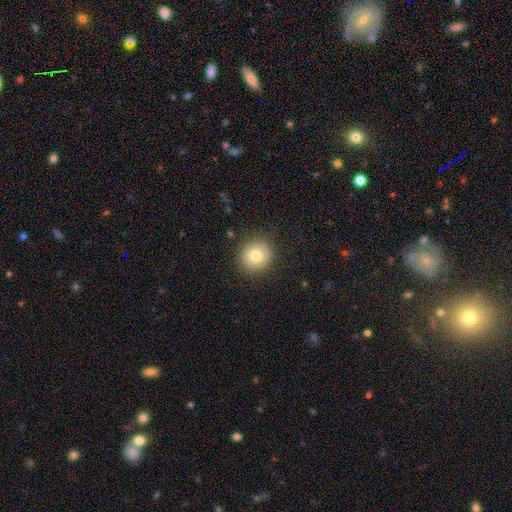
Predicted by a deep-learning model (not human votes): A smooth galaxy with no disk features (77%) that is round (89%). Merging: none (88%).